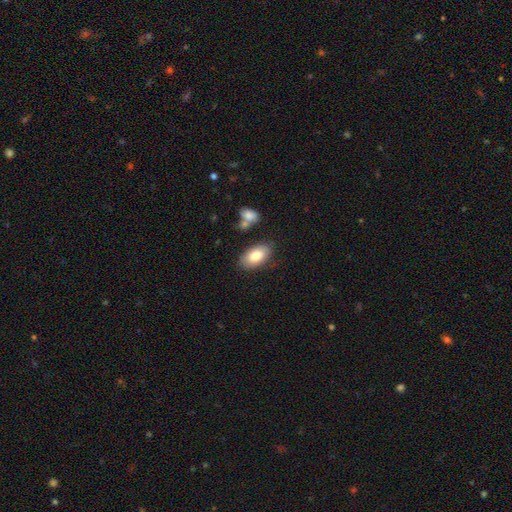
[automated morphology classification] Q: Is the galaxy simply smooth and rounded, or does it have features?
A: smooth — 83%.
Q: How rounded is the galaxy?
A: in between — 95%.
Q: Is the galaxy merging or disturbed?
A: none — 77%.